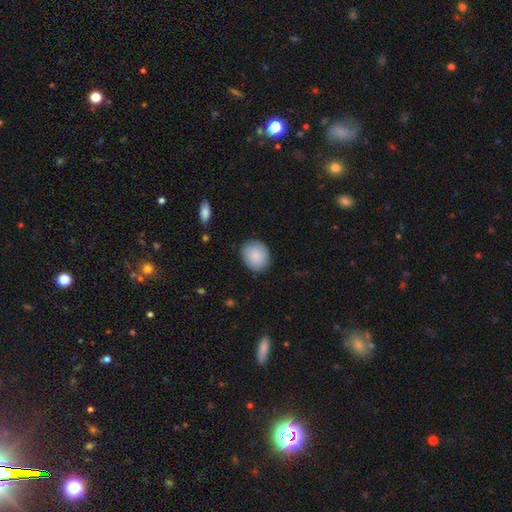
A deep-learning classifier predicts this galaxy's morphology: Smooth or featured?
  - smooth: 86% *
  - featured or disk: 9%
  - star or artifact: 6%
How rounded?
  - round: 67% *
  - in between: 32%
  - cigar-shaped: 1%
Merging?
  - none: 85% *
  - minor disturbance: 11%
  - major disturbance: 3%
  - merger: 1%